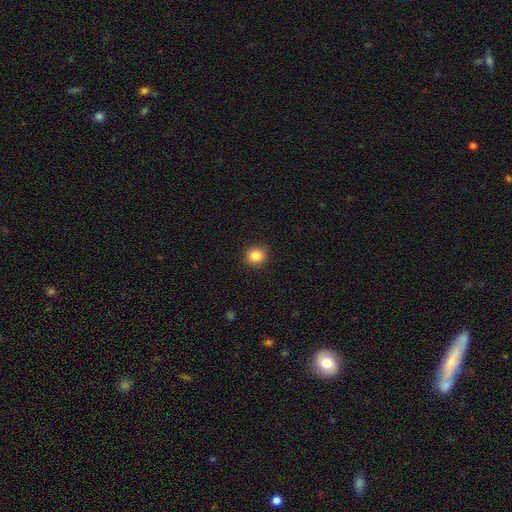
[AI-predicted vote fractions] Smooth or featured?
  - smooth: 86% *
  - star or artifact: 10%
  - featured or disk: 5%
How rounded?
  - round: 83% *
  - in between: 16%
  - cigar-shaped: 1%
Merging?
  - none: 91% *
  - minor disturbance: 6%
  - major disturbance: 2%
  - merger: 1%